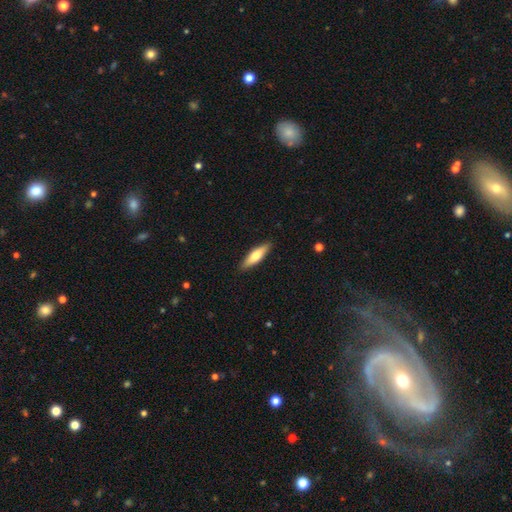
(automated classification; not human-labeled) smooth 65%, featured or disk 30%, star or artifact 5%. Down the decision tree: how rounded — cigar-shaped (65%); merging — none (89%).